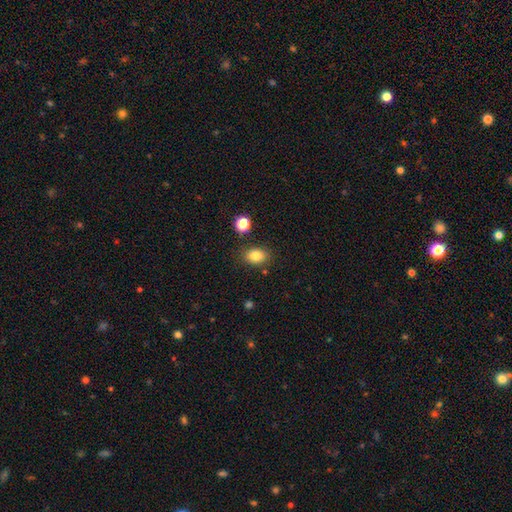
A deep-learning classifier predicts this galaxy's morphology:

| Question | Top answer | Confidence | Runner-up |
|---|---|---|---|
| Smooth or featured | smooth | 83% | star or artifact (10%) |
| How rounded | in between | 74% | round (25%) |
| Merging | none | 83% | minor disturbance (10%) |